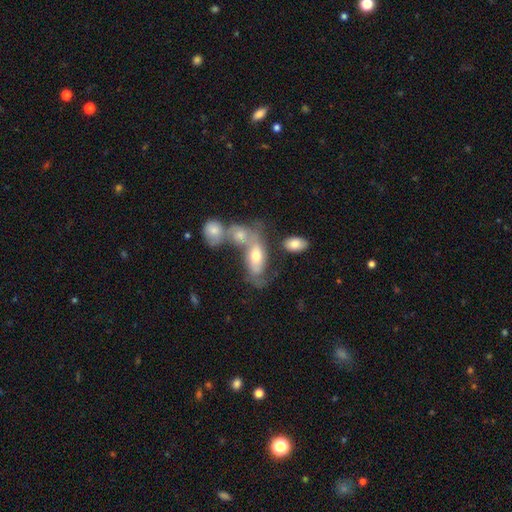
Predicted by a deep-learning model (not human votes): The model was most divided on "smooth or featured": smooth: 47%, featured or disk: 43%, star or artifact: 10%. Remaining: merging — merger (49%).